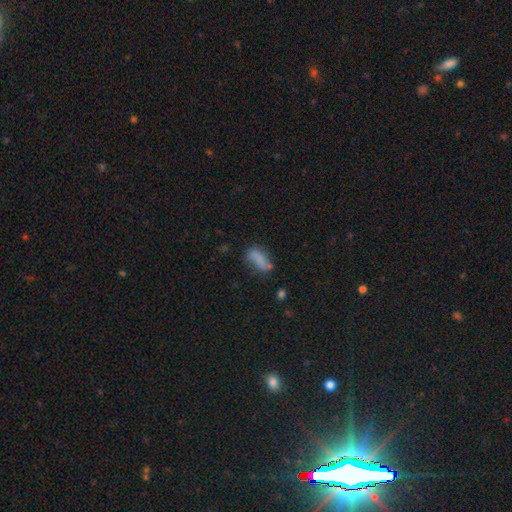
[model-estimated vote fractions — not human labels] This is likely a smooth galaxy (64%). How rounded: possibly in between (59%). Merging: possibly none (55%).